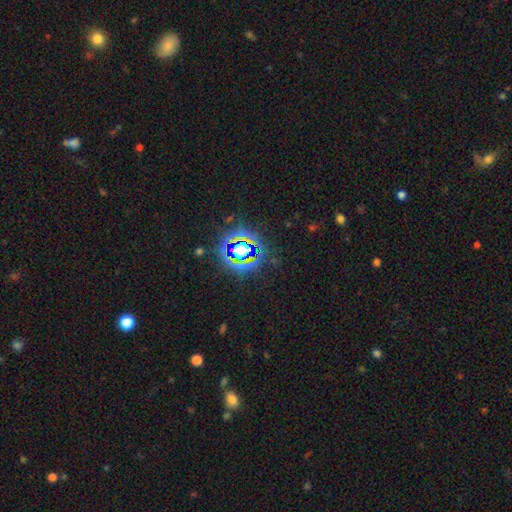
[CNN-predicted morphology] type=star or artifact (82%).